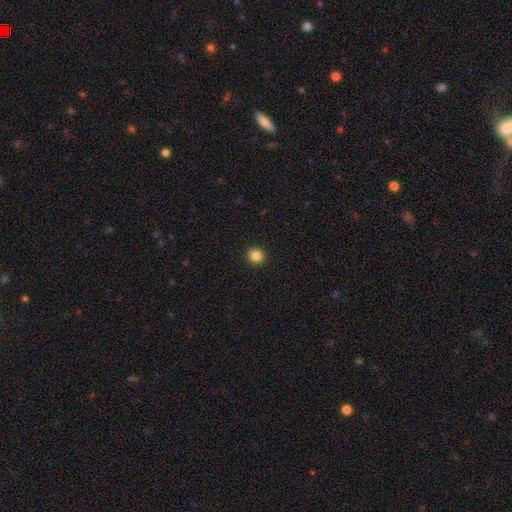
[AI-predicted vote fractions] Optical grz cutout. It shows a smooth galaxy with no disk features (85%) that is round (92%). Merging: none (93%).